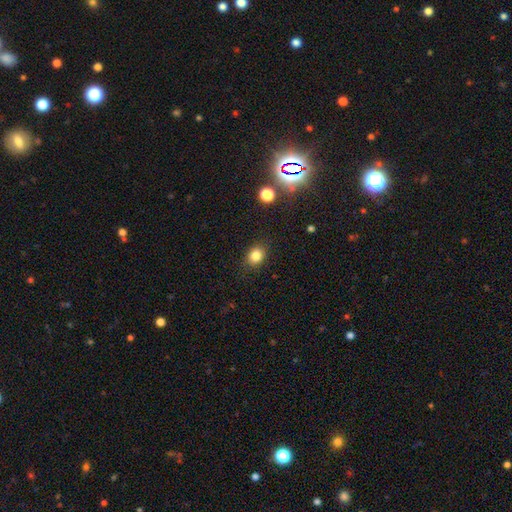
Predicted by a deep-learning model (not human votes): smooth 83%, star or artifact 11%, featured or disk 6%. Down the decision tree: how rounded — round (50%); merging — none (85%).